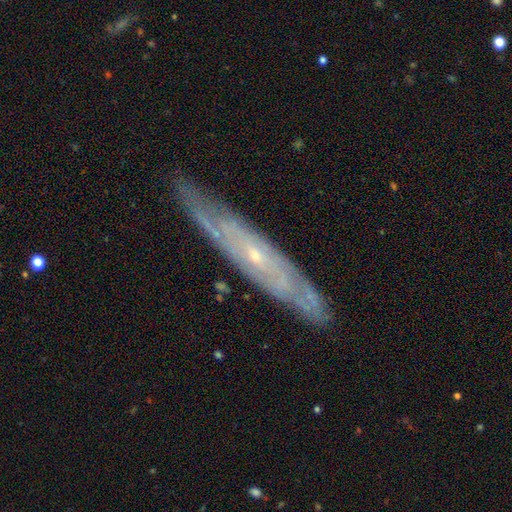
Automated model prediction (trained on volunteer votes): Q: Smooth or featured?
A: featured or disk (82%); runner-up: smooth (11%)
Q: Edge-on disk?
A: no (60%); runner-up: yes (40%)
Q: Merging?
A: none (81%); runner-up: minor disturbance (14%)